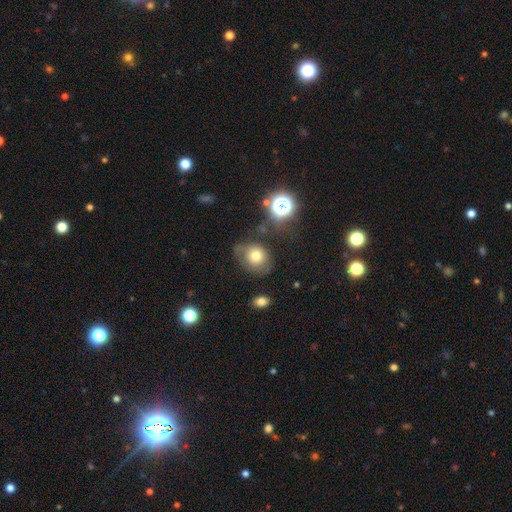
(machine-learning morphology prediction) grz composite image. It shows a smooth galaxy with no disk features (67%) that is round (58%). Merging: none (51%).